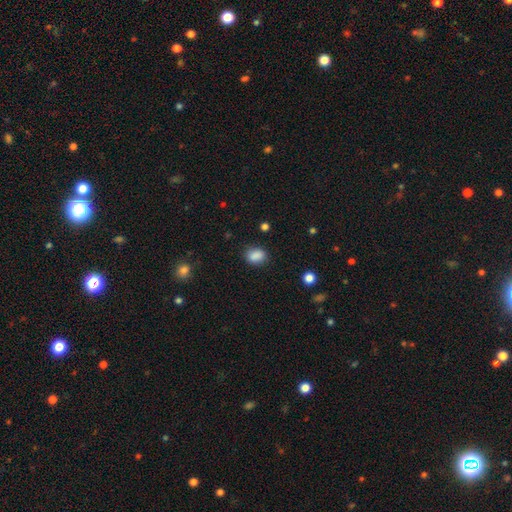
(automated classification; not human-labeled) smooth 87%, star or artifact 9%, featured or disk 4%. Down the decision tree: how rounded — in between (70%); merging — none (80%).